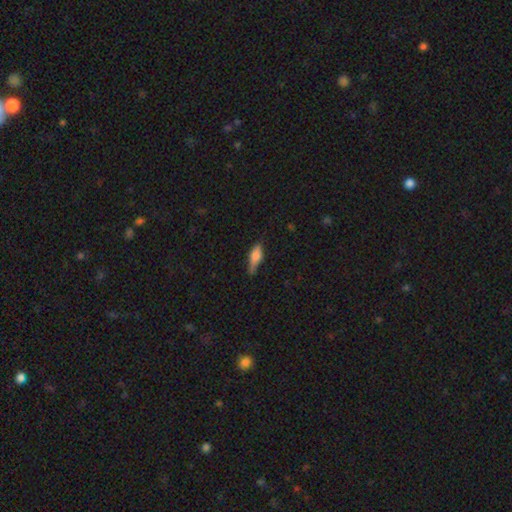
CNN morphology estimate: type=smooth (71%); roundness=in between (64%); merging=none (58%).